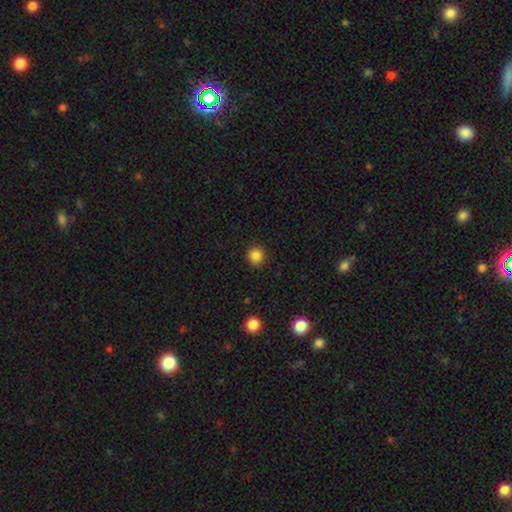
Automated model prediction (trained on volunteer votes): Morphology: type=smooth (86%); roundness=round (92%); merging=none (92%).